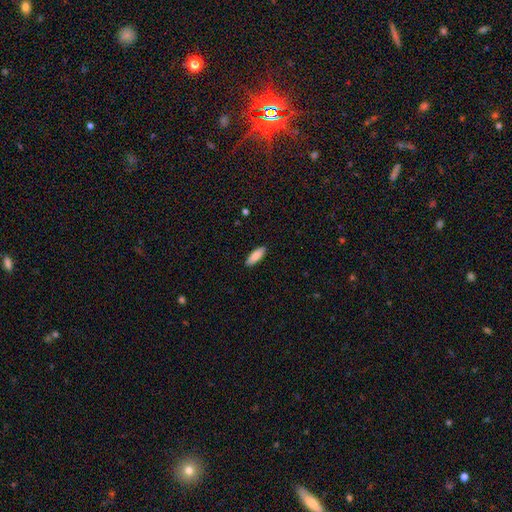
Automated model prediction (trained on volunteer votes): This appears to be a smooth galaxy with no disk features (83%) that is in between round and cigar-shaped (64%). Merging: none (90%).